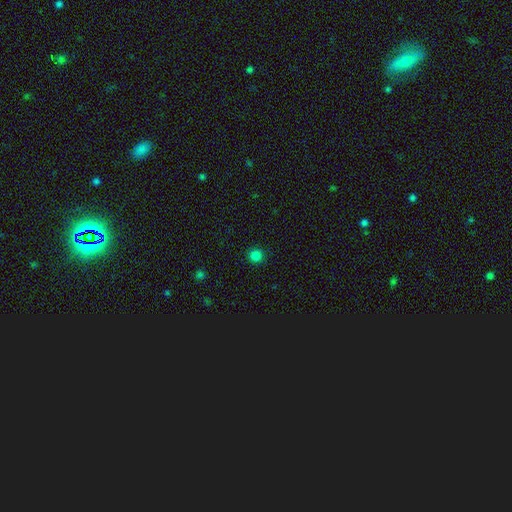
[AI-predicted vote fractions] Smooth or featured: smooth — 82% (star or artifact — 15%)
How rounded: round — 94% (in between — 5%)
Merging: none — 92% (minor disturbance — 5%)